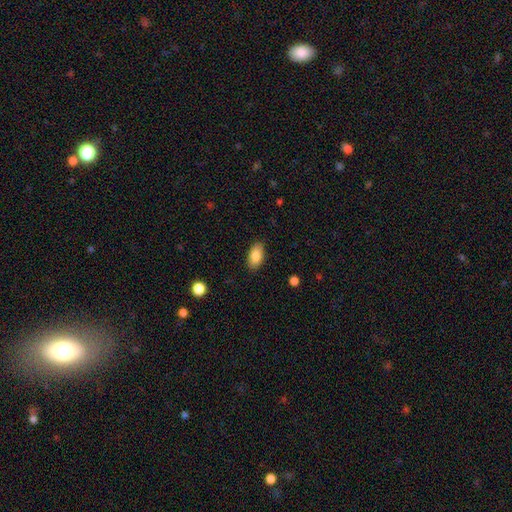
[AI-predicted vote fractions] The model was most divided on "merging": none: 86%, minor disturbance: 10%, major disturbance: 3%, merger: 1%. More confident: how rounded — in between (93%); smooth or featured — smooth (87%).